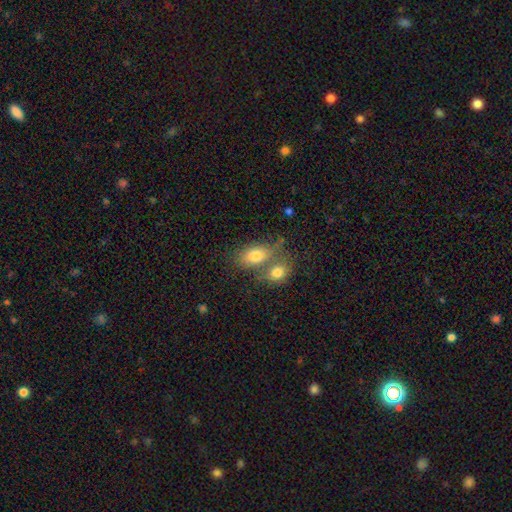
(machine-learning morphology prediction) smooth_or_featured: smooth (p=0.77) [alt: featured or disk p=0.14]
how_rounded: in between (p=0.85) [alt: round p=0.14]
merging: merger (p=0.50) [alt: none p=0.35]